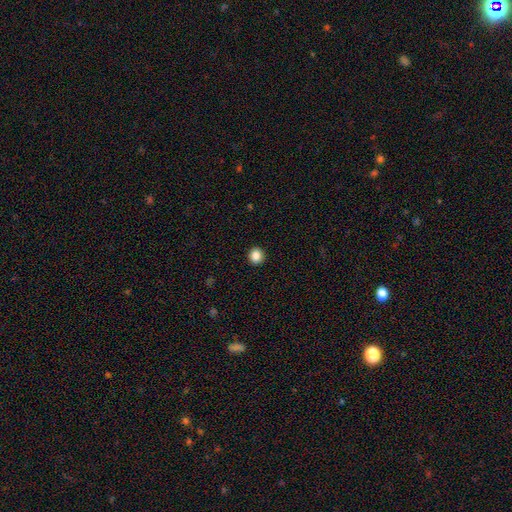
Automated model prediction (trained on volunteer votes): Overall: smooth (86%). How rounded: round (90%). Merging: none (93%).